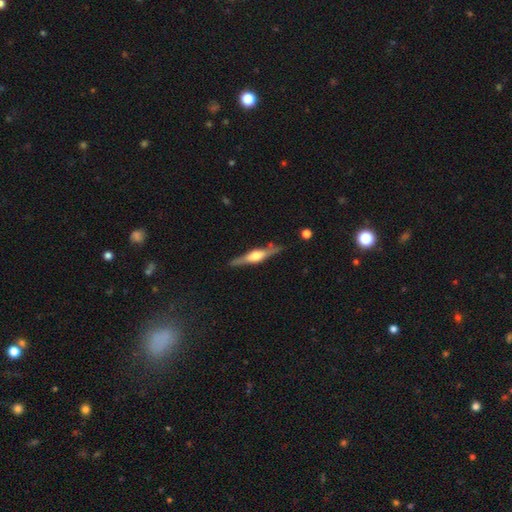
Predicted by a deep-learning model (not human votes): Smooth or featured?
  - featured or disk: 74% *
  - smooth: 21%
  - star or artifact: 5%
Edge-on disk?
  - yes: 96% *
  - no: 4%
Edge-on bulge?
  - rounded: 82% *
  - boxy: 15%
  - none: 3%
Merging?
  - none: 83% *
  - minor disturbance: 12%
  - major disturbance: 3%
  - merger: 3%